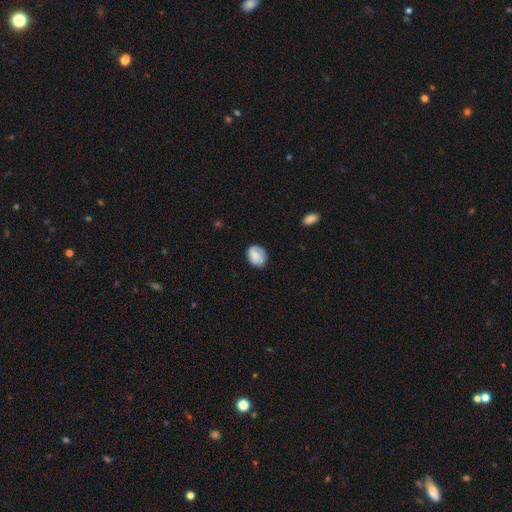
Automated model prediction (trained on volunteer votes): Smooth or featured: smooth — 81% (featured or disk — 12%)
How rounded: in between — 58% (round — 41%)
Merging: none — 75% (minor disturbance — 20%)